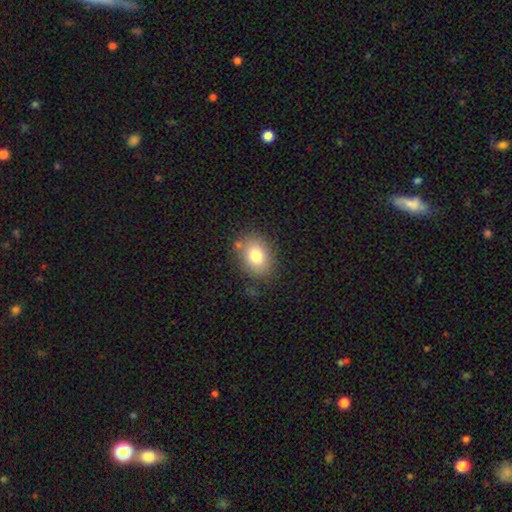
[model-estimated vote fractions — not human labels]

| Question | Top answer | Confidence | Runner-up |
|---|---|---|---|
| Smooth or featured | smooth | 80% | featured or disk (11%) |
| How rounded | in between | 63% | round (36%) |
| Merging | none | 79% | minor disturbance (13%) |